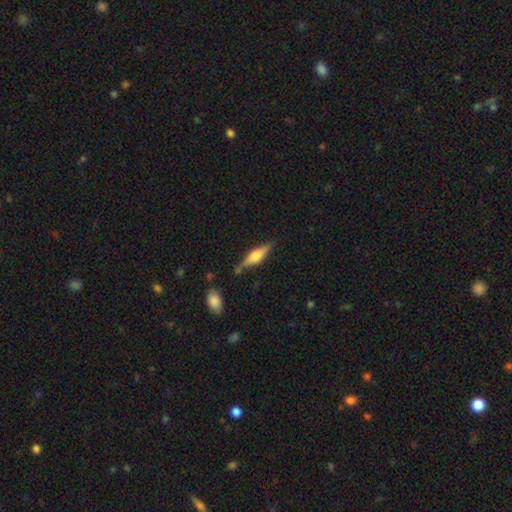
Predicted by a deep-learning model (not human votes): Smooth or featured?
  - featured or disk: 55% *
  - smooth: 38%
  - star or artifact: 6%
Edge-on disk?
  - yes: 94% *
  - no: 6%
Edge-on bulge?
  - rounded: 83% *
  - boxy: 14%
  - none: 3%
Merging?
  - none: 75% *
  - minor disturbance: 16%
  - merger: 5%
  - major disturbance: 4%